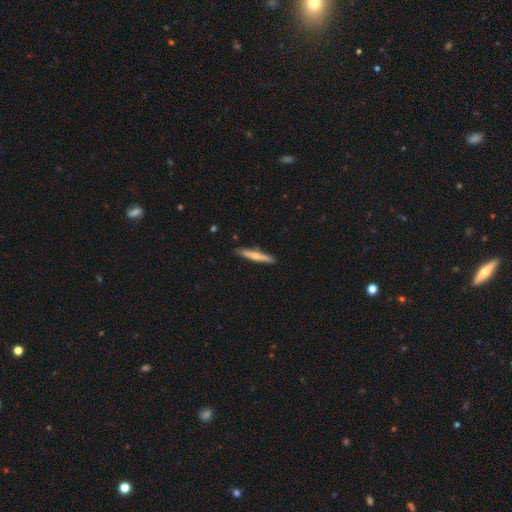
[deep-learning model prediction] This is possibly a smooth galaxy (48%). Merging: clearly none (89%).